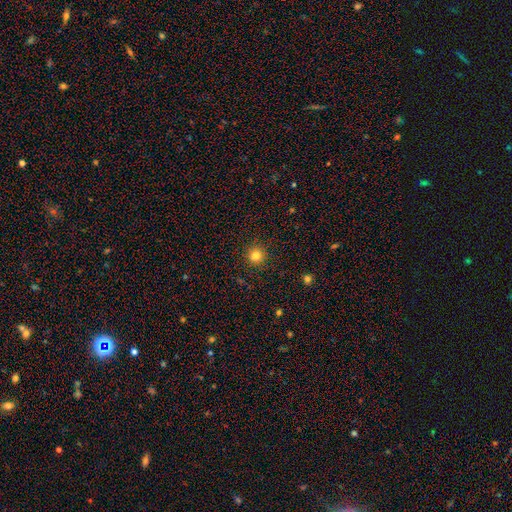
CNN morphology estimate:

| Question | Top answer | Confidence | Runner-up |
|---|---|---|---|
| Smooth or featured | smooth | 81% | star or artifact (13%) |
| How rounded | round | 91% | in between (8%) |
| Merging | none | 90% | minor disturbance (6%) |